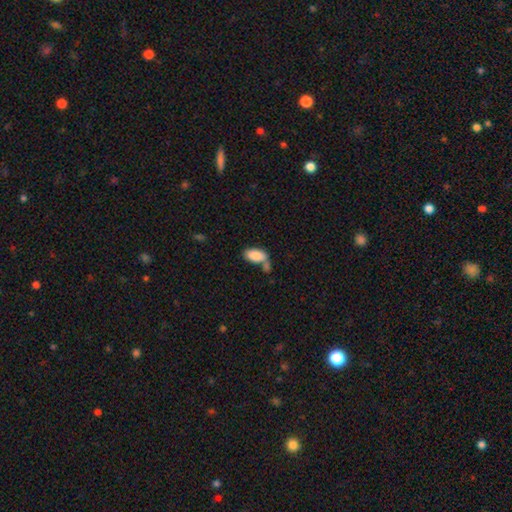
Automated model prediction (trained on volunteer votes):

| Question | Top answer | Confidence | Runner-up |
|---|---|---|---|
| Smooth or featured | smooth | 85% | featured or disk (8%) |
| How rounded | in between | 94% | cigar-shaped (3%) |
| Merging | none | 44% | merger (31%) |